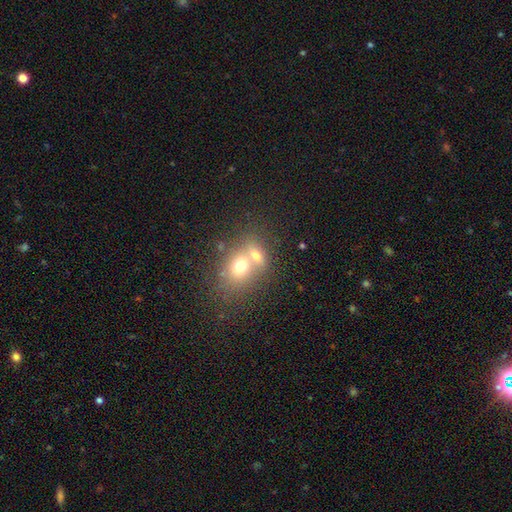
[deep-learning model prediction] A smooth galaxy with no disk features (66%) that is in between round and cigar-shaped (53%).

Vote fractions:
- Smooth or featured? smooth: 66% / featured or disk: 21% / star or artifact: 13%
- How rounded? in between: 53% / round: 45% / cigar-shaped: 2%
- Merging? merger: 63% / none: 27% / minor disturbance: 6% / major disturbance: 4%